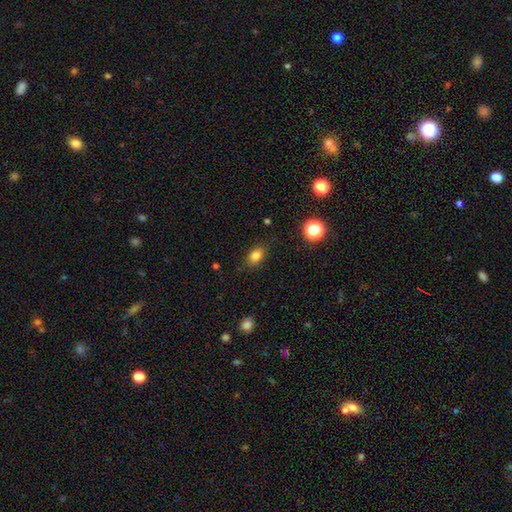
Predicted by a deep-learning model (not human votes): Morphology: type=smooth (82%); roundness=in between (78%); merging=none (83%).